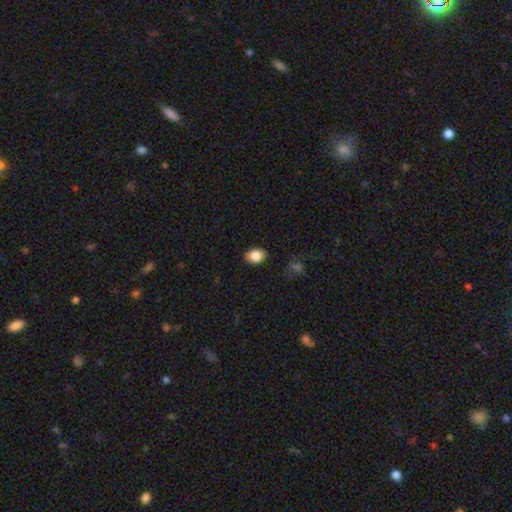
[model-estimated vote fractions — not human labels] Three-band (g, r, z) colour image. It shows a smooth galaxy with no disk features (85%) that is in between round and cigar-shaped (66%). Merging: none (84%).